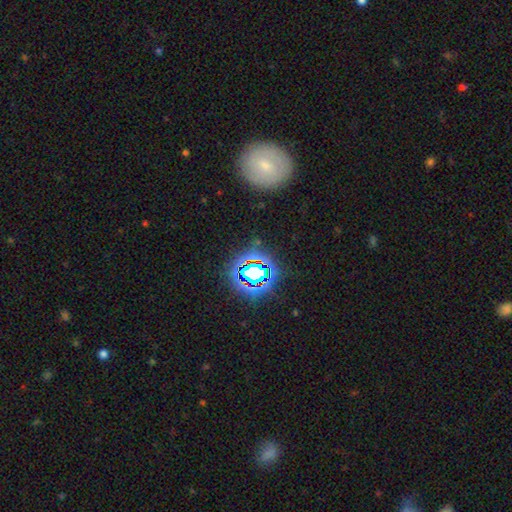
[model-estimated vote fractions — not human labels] smooth_or_featured: star or artifact (p=0.69) [alt: smooth p=0.18]